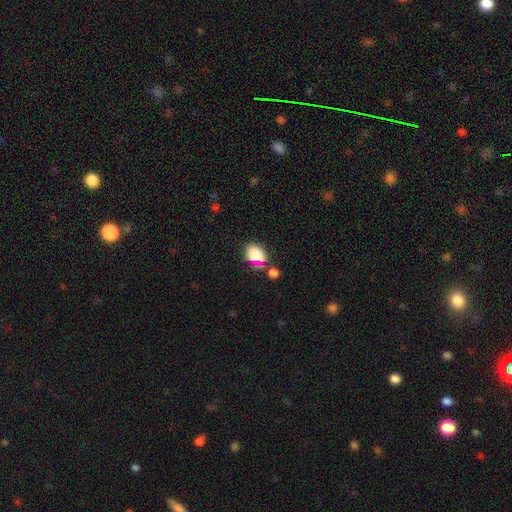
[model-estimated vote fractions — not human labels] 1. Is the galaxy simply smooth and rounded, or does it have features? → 80% smooth, 12% star or artifact, 8% featured or disk.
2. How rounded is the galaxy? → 67% in between, 32% round, 1% cigar-shaped.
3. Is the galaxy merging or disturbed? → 60% none, 17% minor disturbance, 17% merger, 6% major disturbance.